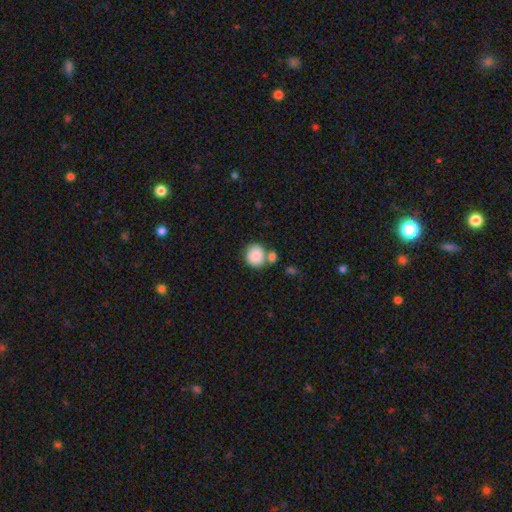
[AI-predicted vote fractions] This is clearly a smooth galaxy (86%). How rounded: clearly round (87%). Merging: possibly none (56%).